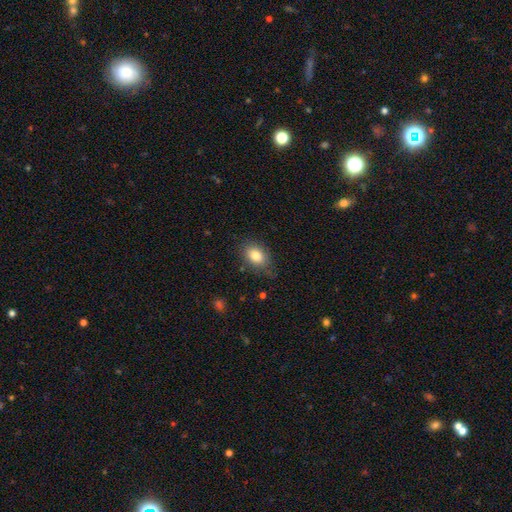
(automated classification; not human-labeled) smooth 83%, featured or disk 9%, star or artifact 9%. Down the decision tree: how rounded — in between (77%); merging — none (78%).